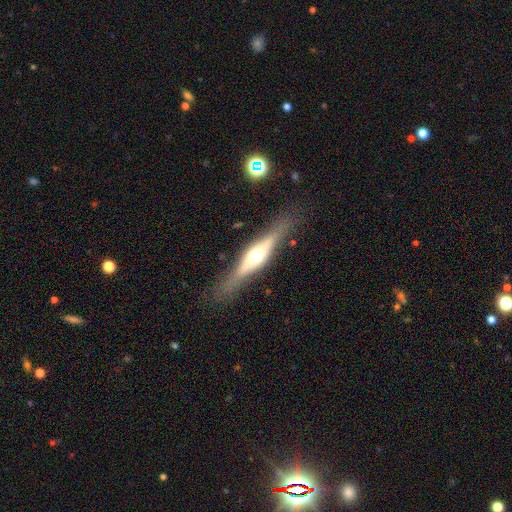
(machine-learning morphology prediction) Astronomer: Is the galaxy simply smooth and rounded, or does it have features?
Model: featured or disk — 73%.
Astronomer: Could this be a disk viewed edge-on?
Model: yes — 95%.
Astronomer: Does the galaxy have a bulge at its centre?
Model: rounded — 87%.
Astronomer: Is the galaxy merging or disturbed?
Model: none — 82%.